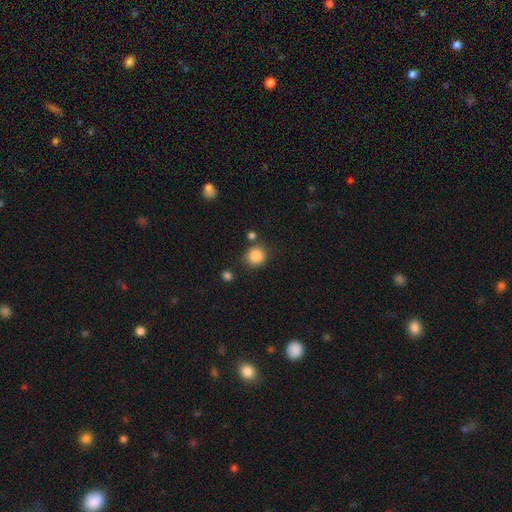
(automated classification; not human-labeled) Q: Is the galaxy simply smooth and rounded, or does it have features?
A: smooth — 86%.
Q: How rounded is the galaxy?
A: round — 87%.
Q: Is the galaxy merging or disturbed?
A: none — 80%.